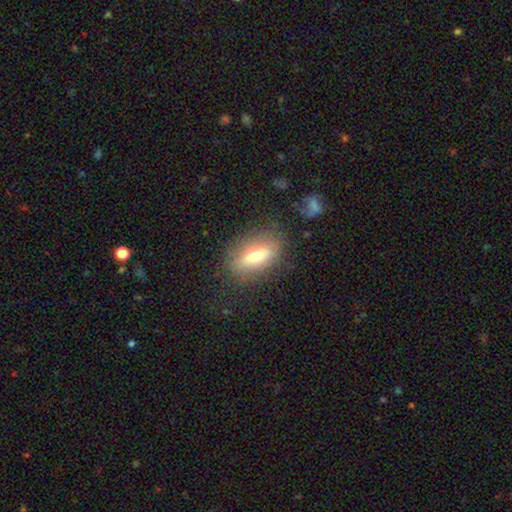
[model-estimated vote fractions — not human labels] This is likely a smooth galaxy (65%). How rounded: likely in between (75%). Merging: likely none (77%).